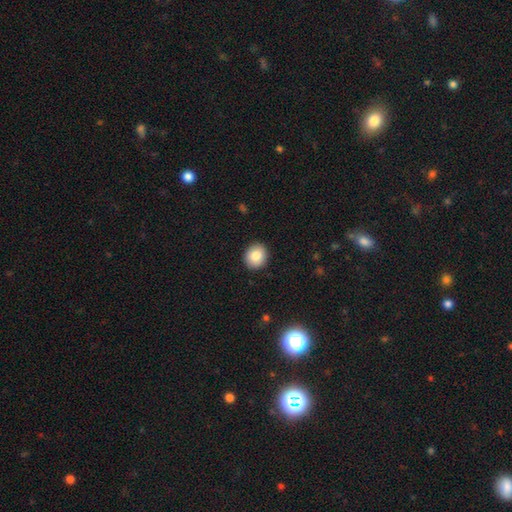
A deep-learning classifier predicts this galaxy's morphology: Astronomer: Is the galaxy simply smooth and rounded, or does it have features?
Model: smooth — 84%.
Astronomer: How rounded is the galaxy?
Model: round — 79%.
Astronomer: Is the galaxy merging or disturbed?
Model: none — 91%.